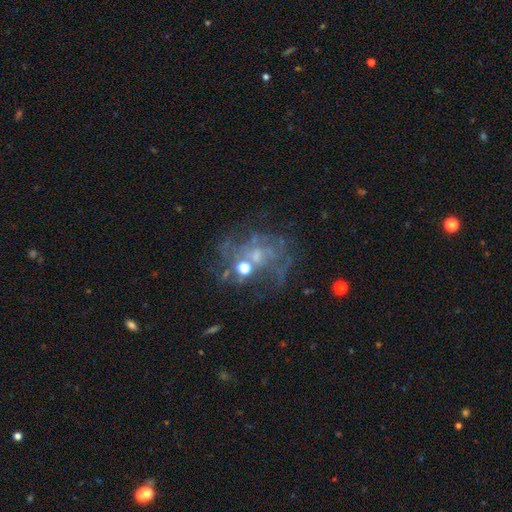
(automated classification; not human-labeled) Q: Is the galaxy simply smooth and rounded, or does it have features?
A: featured or disk — 66%.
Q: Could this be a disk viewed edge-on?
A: no — 97%.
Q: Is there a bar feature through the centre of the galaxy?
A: no — 73%.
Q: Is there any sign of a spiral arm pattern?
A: yes — 66%.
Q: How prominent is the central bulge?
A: small — 46%.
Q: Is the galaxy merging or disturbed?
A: none — 54%.